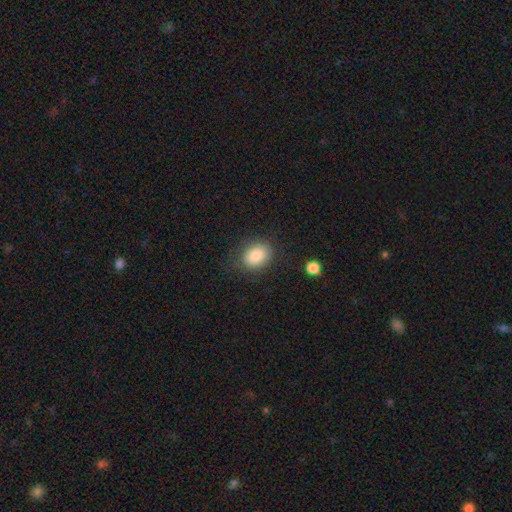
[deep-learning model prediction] Smooth or featured: smooth — 86% (star or artifact — 8%)
How rounded: in between — 63% (round — 36%)
Merging: none — 77% (minor disturbance — 15%)